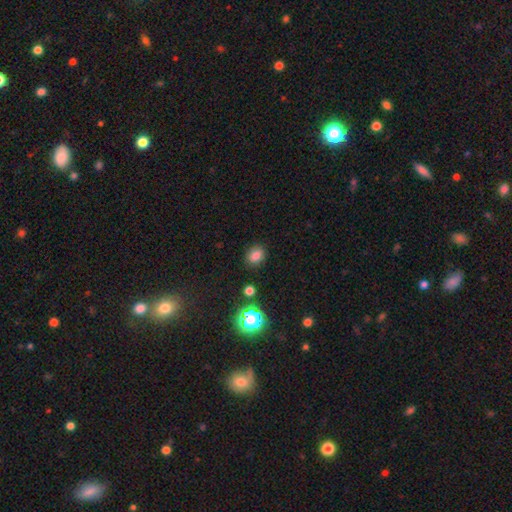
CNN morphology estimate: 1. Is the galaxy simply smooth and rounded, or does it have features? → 78% smooth, 16% star or artifact, 6% featured or disk.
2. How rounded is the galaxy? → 57% round, 42% in between, 1% cigar-shaped.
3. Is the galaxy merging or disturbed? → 87% none, 9% minor disturbance, 3% major disturbance, 2% merger.